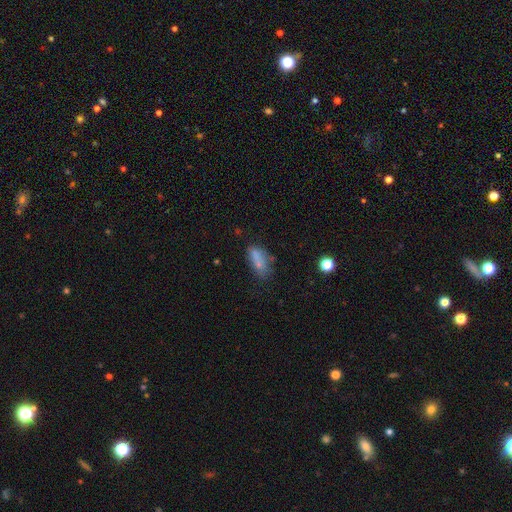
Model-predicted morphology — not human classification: A smooth galaxy with no disk features (68%) that is in between round and cigar-shaped (74%).

Vote fractions:
- Smooth or featured? smooth: 68% / featured or disk: 18% / star or artifact: 14%
- How rounded? in between: 74% / cigar-shaped: 21% / round: 5%
- Merging? none: 54% / minor disturbance: 23% / major disturbance: 11% / merger: 11%